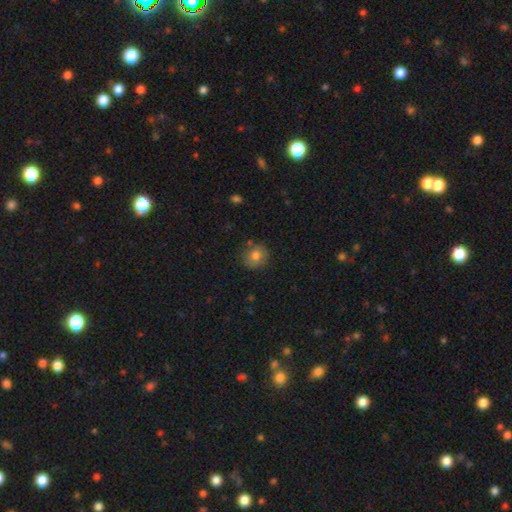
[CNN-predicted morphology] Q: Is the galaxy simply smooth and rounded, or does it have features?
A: smooth — 80%.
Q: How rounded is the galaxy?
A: round — 85%.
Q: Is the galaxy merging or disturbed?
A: none — 79%.